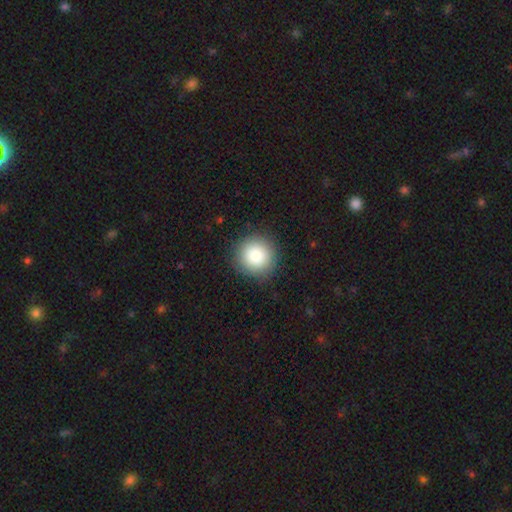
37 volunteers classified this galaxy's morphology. Smooth or featured: smooth — 86% (featured or disk — 11%)
How rounded: round — 100%
Merging: none — 92% (major disturbance — 6%)